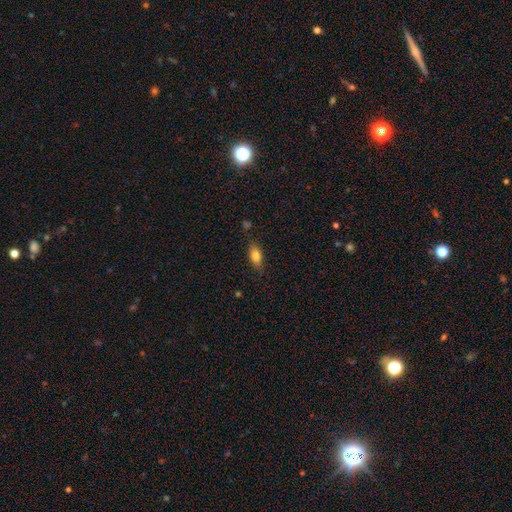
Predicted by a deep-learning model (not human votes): smooth-or-featured: smooth: 81% | featured or disk: 11% | star or artifact: 8%
  how-rounded: in between: 82% | cigar-shaped: 13% | round: 4%
  merging: none: 76% | minor disturbance: 17% | major disturbance: 4% | merger: 3%